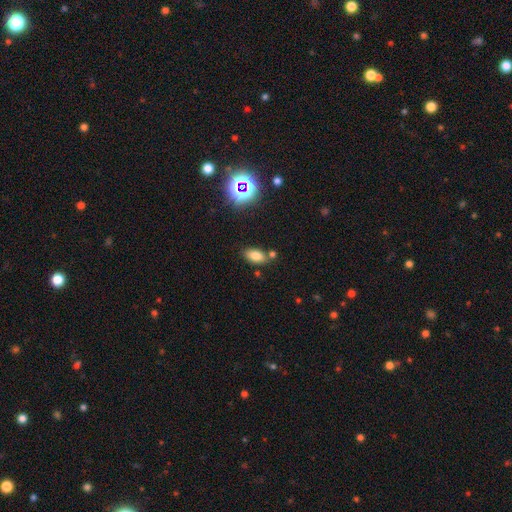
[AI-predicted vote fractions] Morphology: type=smooth (77%); roundness=in between (89%); merging=none (72%).